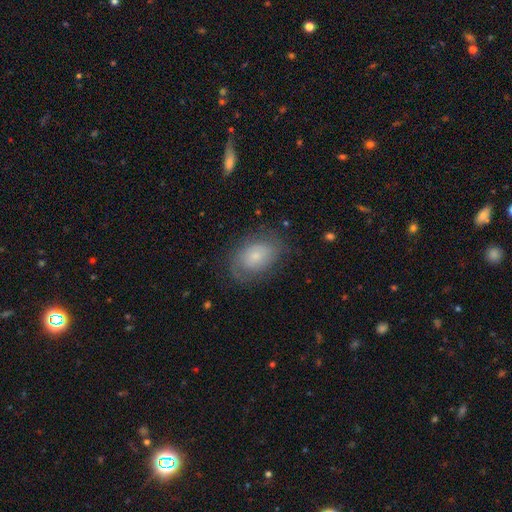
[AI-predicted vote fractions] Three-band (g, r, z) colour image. It shows a smooth galaxy with no disk features (59%) that is in between round and cigar-shaped (81%). Merging: none (67%).